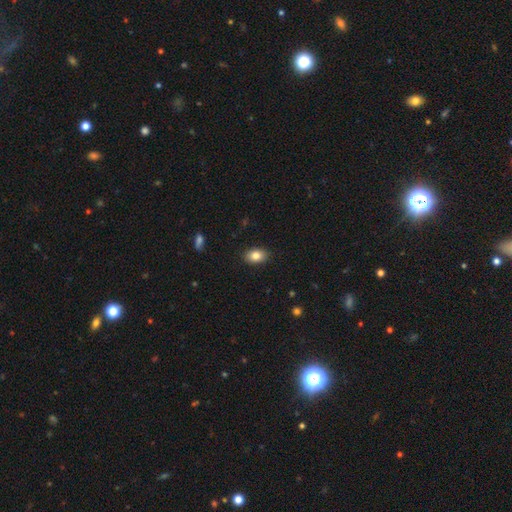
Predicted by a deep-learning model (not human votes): Smooth or featured: smooth — 83% (featured or disk — 8%)
How rounded: in between — 83% (round — 16%)
Merging: none — 89% (minor disturbance — 8%)